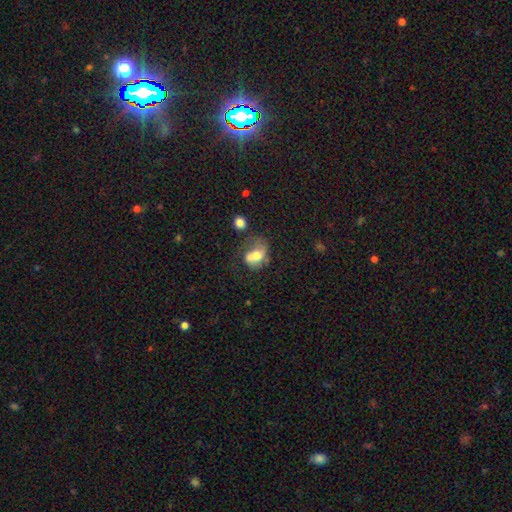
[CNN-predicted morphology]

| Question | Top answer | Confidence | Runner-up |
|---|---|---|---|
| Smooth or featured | smooth | 53% | featured or disk (37%) |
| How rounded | in between | 69% | round (29%) |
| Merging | none | 29% | major disturbance (28%) |